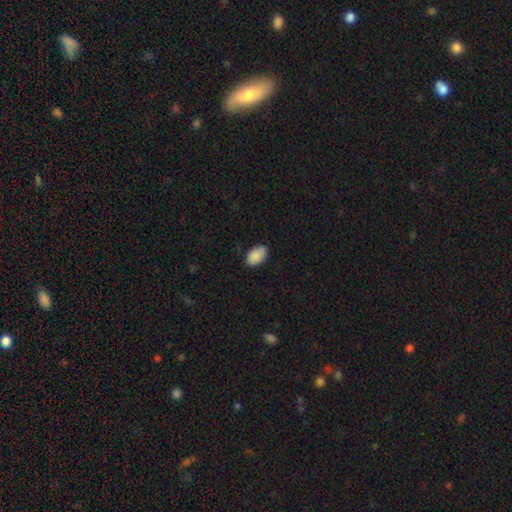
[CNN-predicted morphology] Smooth or featured? Predicted: smooth (p=0.88). How rounded? Predicted: in between (p=0.92). Merging? Predicted: none (p=0.78).